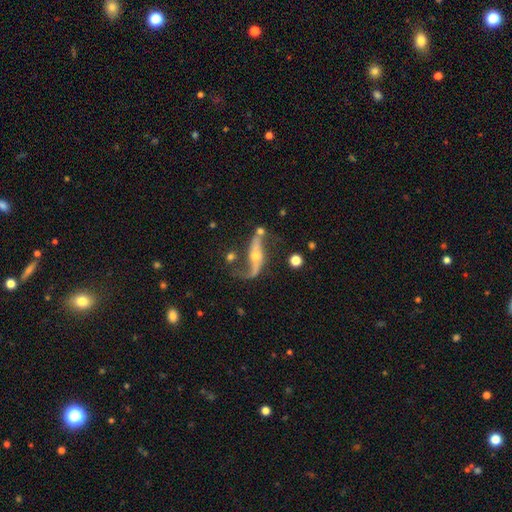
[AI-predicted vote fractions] featured or disk 85%, smooth 9%, star or artifact 6%. Down the decision tree: edge-on disk — no (82%); bar — no (49%); spiral arms — yes (92%); spiral arm count — 2 (87%); spiral winding — loose (89%); bulge size — moderate (48%); merging — none (53%).